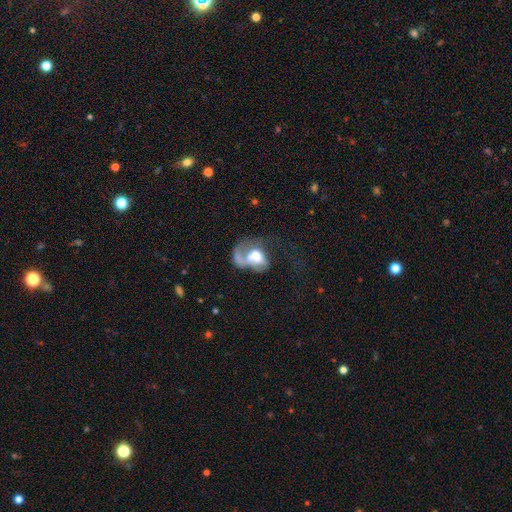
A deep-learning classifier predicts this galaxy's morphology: smooth-or-featured: featured or disk: 54% | smooth: 38% | star or artifact: 8%
  disk-edge-on: no: 97% | yes: 3%
    bar: no: 72% | weak: 22% | strong: 6%
    has-spiral-arms: yes: 55% | no: 45%
    bulge-size: moderate: 53% | large: 30% | small: 10% | dominant: 4% | none: 4%
  merging: major disturbance: 42% | merger: 29% | none: 17% | minor disturbance: 12%